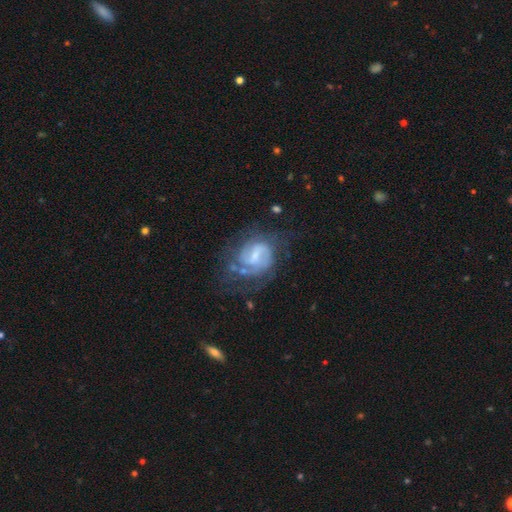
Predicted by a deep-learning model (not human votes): smooth_or_featured: featured or disk (p=0.79) [alt: smooth p=0.14]
disk_edge_on: no (p=0.98) [alt: yes p=0.02]
bar: weak (p=0.57) [alt: no p=0.25]
has_spiral_arms: yes (p=0.88) [alt: no p=0.12]
spiral_winding: tight (p=0.44) [alt: medium p=0.41]
spiral_arm_count: 2 (p=0.44) [alt: can't tell p=0.32]
bulge_size: small (p=0.52) [alt: moderate p=0.29]
merging: none (p=0.51) [alt: major disturbance p=0.23]